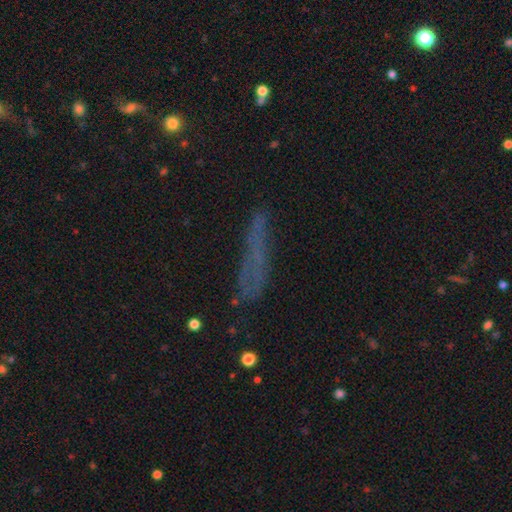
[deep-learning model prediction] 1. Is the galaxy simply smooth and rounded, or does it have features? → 49% smooth, 31% featured or disk, 20% star or artifact.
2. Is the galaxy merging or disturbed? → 58% none, 22% minor disturbance, 16% major disturbance, 4% merger.